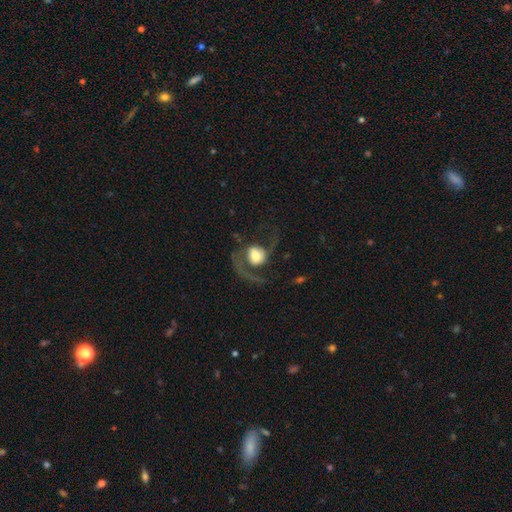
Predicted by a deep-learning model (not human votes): Smooth or featured? featured or disk (72%)
Edge-on disk? no (97%)
Bar? no (63%)
Spiral arms? yes (90%)
Spiral winding? loose (59%)
Spiral arm count? 2 (75%)
Bulge size? large (44%)
Merging? none (49%)